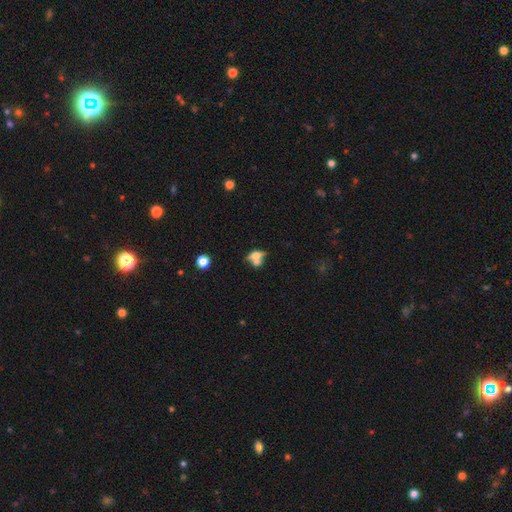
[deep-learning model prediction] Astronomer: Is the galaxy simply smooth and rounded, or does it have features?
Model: smooth — 56% (runner-up: featured or disk, 33%).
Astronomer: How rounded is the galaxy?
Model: in between — 66%.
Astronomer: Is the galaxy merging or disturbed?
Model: merger — 52% (runner-up: none, 30%).